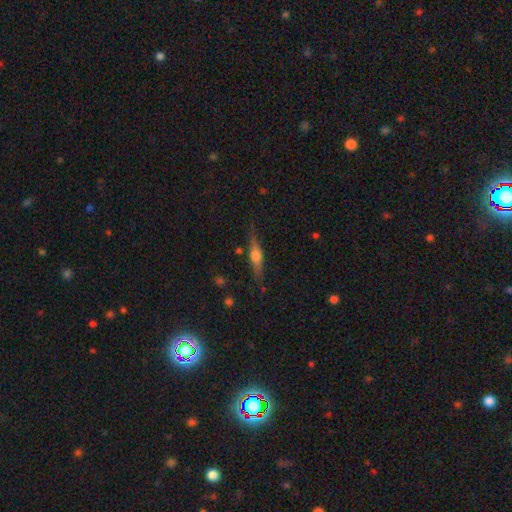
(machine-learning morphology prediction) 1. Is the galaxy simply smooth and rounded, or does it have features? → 56% featured or disk, 37% smooth, 7% star or artifact.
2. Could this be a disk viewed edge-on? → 93% yes, 7% no.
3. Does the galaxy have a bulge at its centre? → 89% rounded, 7% boxy, 4% none.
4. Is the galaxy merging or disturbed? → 79% none, 15% minor disturbance, 4% major disturbance, 2% merger.